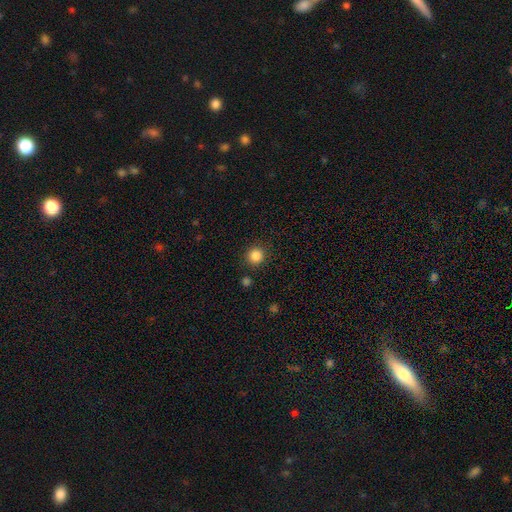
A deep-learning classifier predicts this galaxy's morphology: A smooth galaxy with no disk features (85%) that is round (93%). Merging: none (88%).